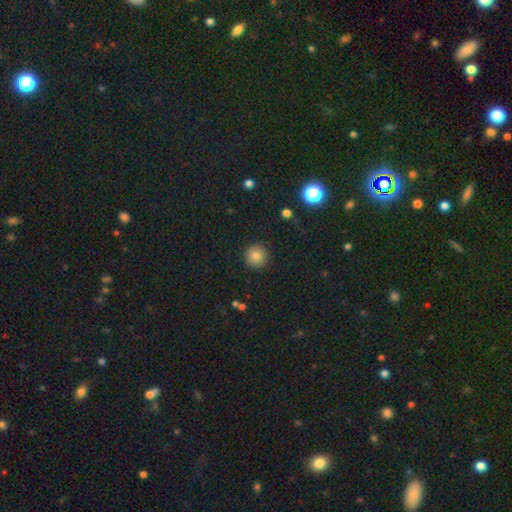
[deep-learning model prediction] Smooth or featured? smooth (83%)
How rounded? round (95%)
Merging? none (92%)